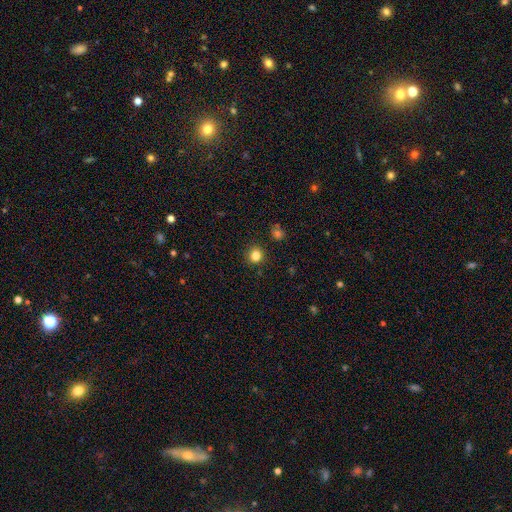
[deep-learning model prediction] Smooth or featured? smooth (83%)
How rounded? round (88%)
Merging? none (89%)